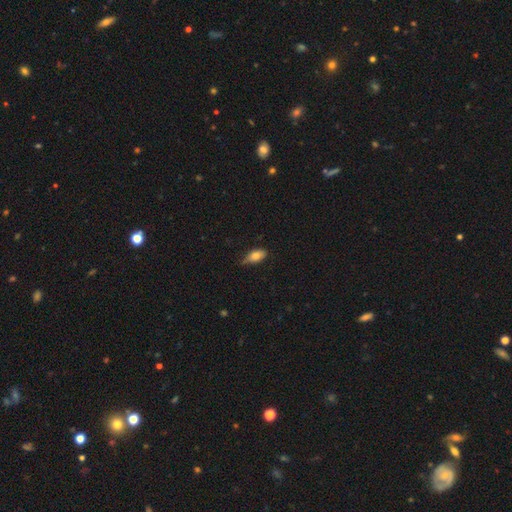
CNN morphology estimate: Smooth or featured: smooth — 78% (featured or disk — 14%)
How rounded: in between — 87% (cigar-shaped — 9%)
Merging: none — 60% (minor disturbance — 32%)